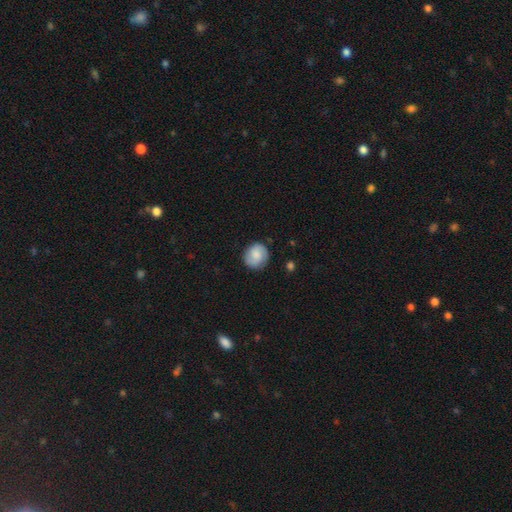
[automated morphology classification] The model was most divided on "smooth or featured": smooth: 70%, featured or disk: 23%, star or artifact: 7%. More confident: merging — none (83%); how rounded — round (82%).